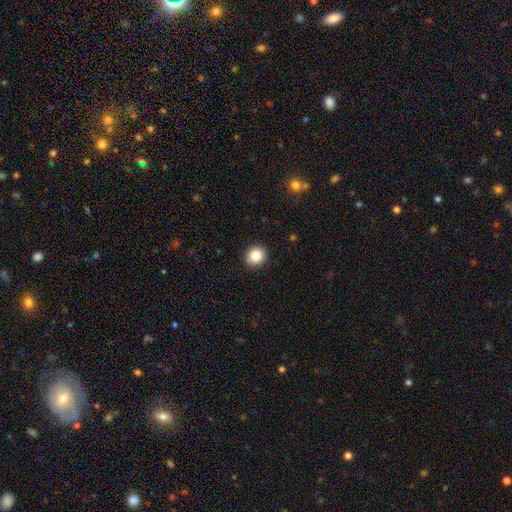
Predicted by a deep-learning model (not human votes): This is clearly a smooth galaxy (86%). How rounded: clearly round (89%). Merging: clearly none (90%).